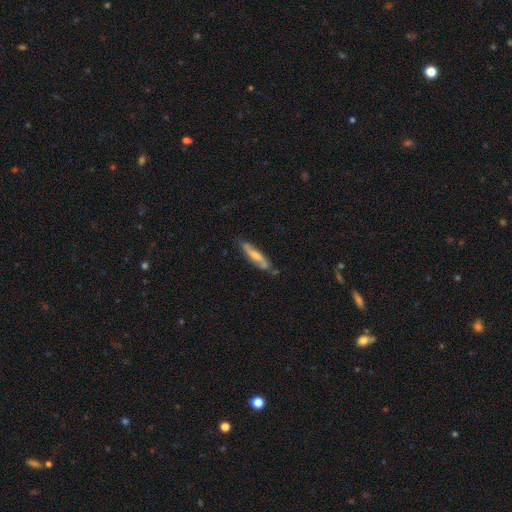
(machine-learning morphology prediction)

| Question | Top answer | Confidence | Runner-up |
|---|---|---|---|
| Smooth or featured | featured or disk | 53% | smooth (41%) |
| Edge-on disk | no | 63% | yes (37%) |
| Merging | none | 70% | minor disturbance (22%) |